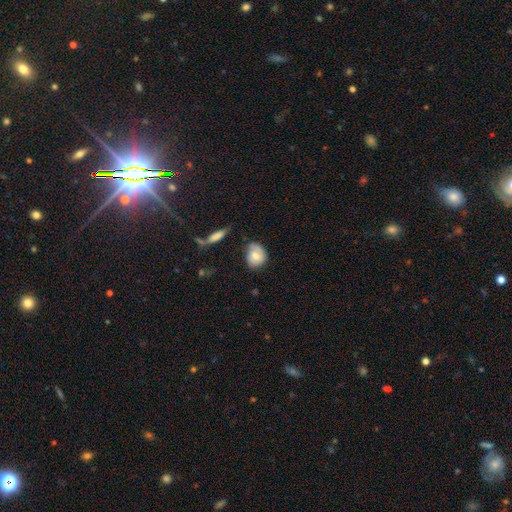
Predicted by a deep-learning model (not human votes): smooth-or-featured: smooth: 67% | featured or disk: 26% | star or artifact: 7%
  how-rounded: in between: 52% | round: 46% | cigar-shaped: 2%
  merging: none: 56% | minor disturbance: 31% | major disturbance: 9% | merger: 4%